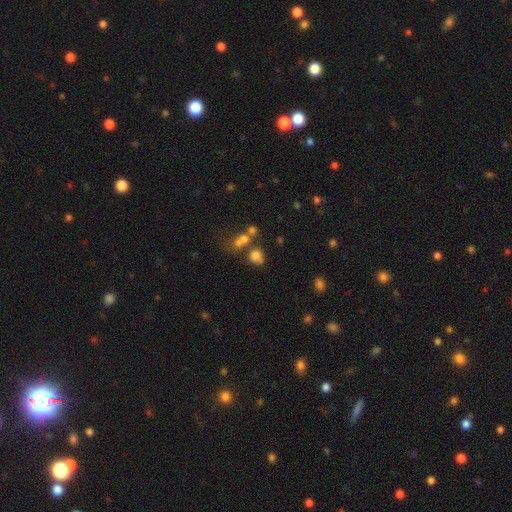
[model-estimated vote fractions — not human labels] This appears to be a smooth galaxy with no disk features (72%) that is round (66%). Merging: none (42%).